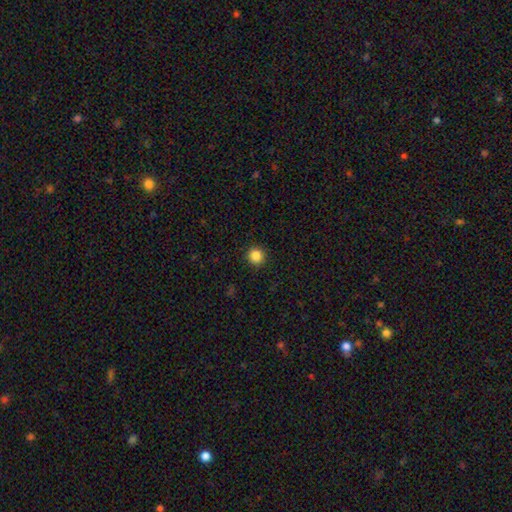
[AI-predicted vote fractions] Smooth or featured?
  - smooth: 85% *
  - star or artifact: 11%
  - featured or disk: 4%
How rounded?
  - round: 94% *
  - in between: 5%
  - cigar-shaped: 1%
Merging?
  - none: 92% *
  - minor disturbance: 5%
  - major disturbance: 2%
  - merger: 1%